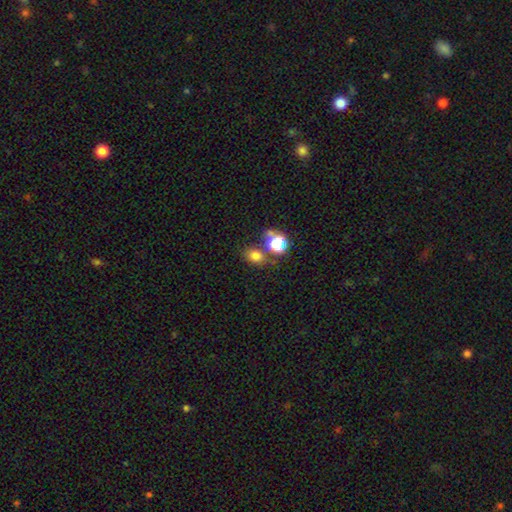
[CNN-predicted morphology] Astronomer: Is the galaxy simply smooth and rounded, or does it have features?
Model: smooth — 75%.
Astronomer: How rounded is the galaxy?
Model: round — 55% (runner-up: in between, 44%).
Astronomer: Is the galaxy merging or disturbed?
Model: none — 67%.